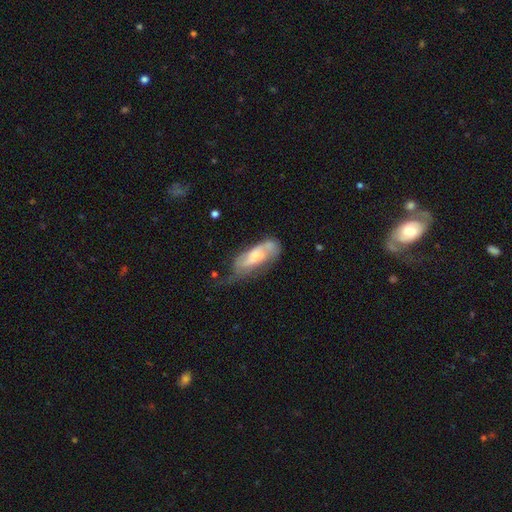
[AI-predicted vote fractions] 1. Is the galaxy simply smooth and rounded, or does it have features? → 49% featured or disk, 44% smooth, 7% star or artifact.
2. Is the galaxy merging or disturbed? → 33% major disturbance, 32% minor disturbance, 28% none, 7% merger.